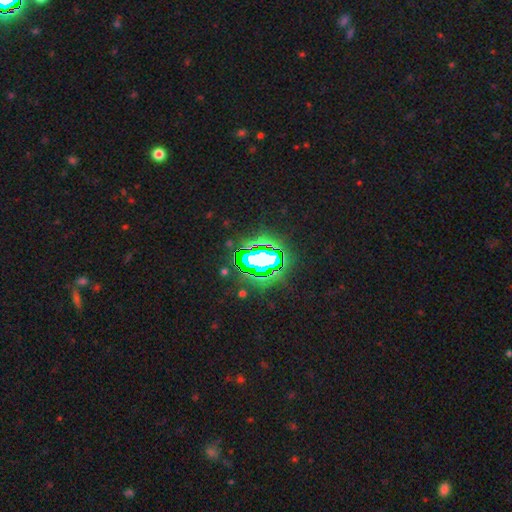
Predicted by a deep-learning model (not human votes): smooth-or-featured: star or artifact: 74% | smooth: 15% | featured or disk: 11%